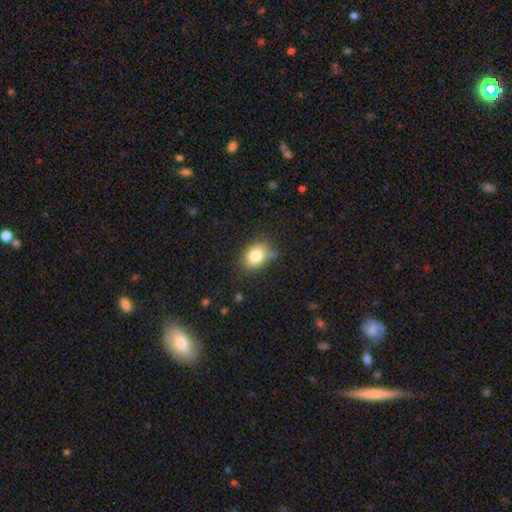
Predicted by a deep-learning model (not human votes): Smooth or featured: smooth — 79% (featured or disk — 11%)
How rounded: in between — 62% (round — 37%)
Merging: none — 72% (minor disturbance — 20%)